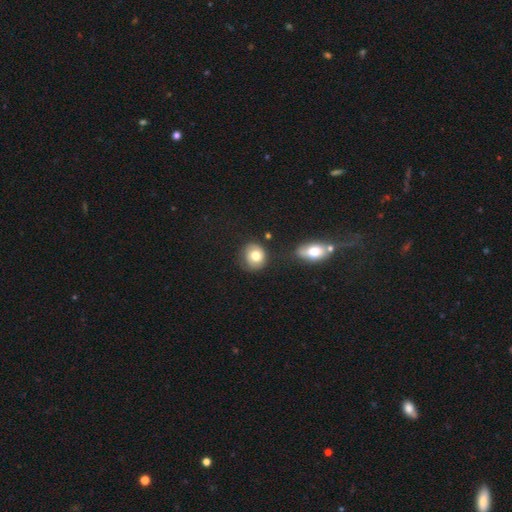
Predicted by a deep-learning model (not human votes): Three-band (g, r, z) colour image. It shows a smooth galaxy with no disk features (70%) that is round (71%). Merging: none (70%).